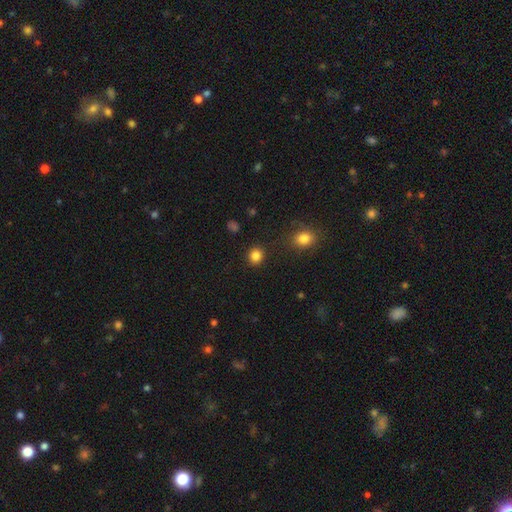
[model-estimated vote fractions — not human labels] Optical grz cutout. It shows a smooth galaxy with no disk features (85%) that is round (82%). Merging: none (89%).